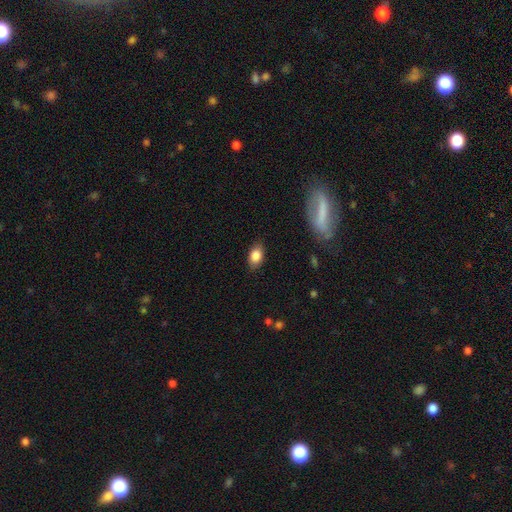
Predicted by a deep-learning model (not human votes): A smooth galaxy with no disk features (85%) that is in between round and cigar-shaped (86%).

Vote fractions:
- Smooth or featured? smooth: 85% / star or artifact: 8% / featured or disk: 7%
- How rounded? in between: 86% / round: 12% / cigar-shaped: 2%
- Merging? none: 83% / minor disturbance: 13% / major disturbance: 3% / merger: 1%